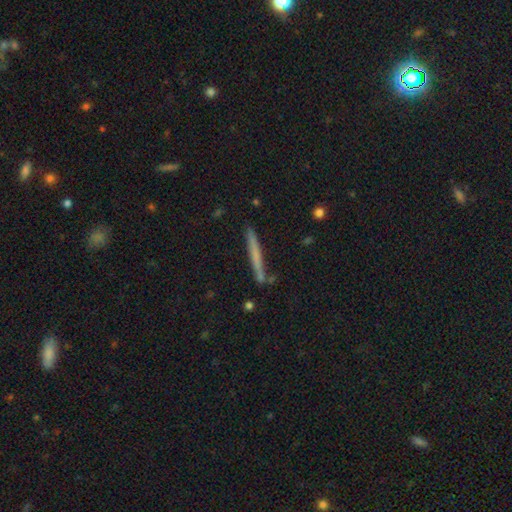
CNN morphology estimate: smooth_or_featured: smooth (p=0.56) [alt: featured or disk p=0.37]
how_rounded: cigar-shaped (p=0.96) [alt: in between p=0.02]
merging: none (p=0.85) [alt: minor disturbance p=0.10]